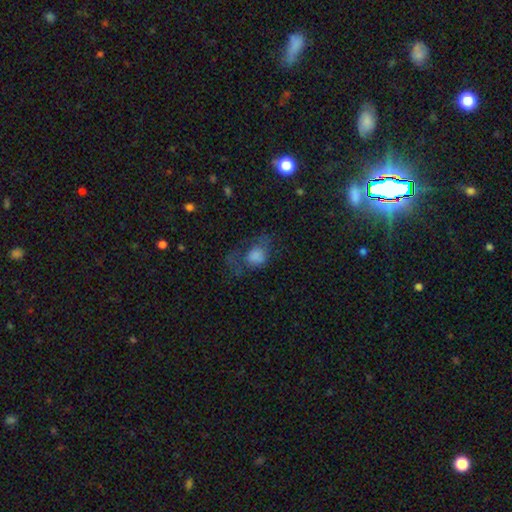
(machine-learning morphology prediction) Smooth or featured: smooth — 60% (featured or disk — 22%)
How rounded: in between — 51% (round — 47%)
Merging: major disturbance — 45% (none — 31%)